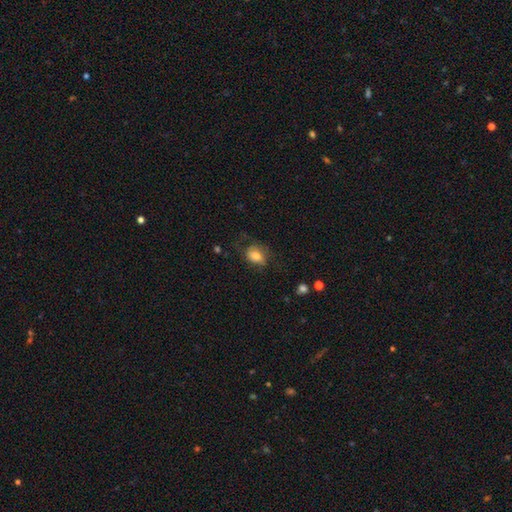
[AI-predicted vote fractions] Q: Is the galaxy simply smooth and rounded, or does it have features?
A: smooth — 76%.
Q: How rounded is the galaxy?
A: in between — 65%.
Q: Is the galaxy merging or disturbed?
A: none — 56%.